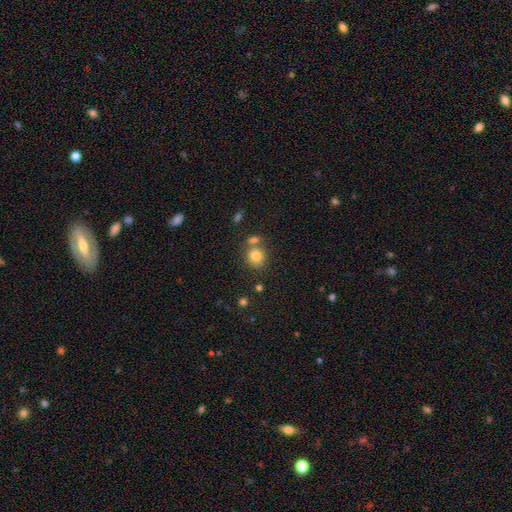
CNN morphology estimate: smooth_or_featured: smooth (p=0.80) [alt: star or artifact p=0.11]
how_rounded: round (p=0.78) [alt: in between p=0.21]
merging: none (p=0.62) [alt: merger p=0.23]